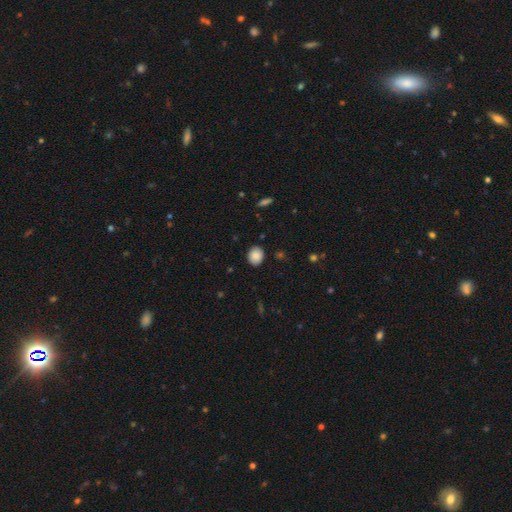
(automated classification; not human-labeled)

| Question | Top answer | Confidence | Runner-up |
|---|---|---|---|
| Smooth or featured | smooth | 88% | star or artifact (8%) |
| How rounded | round | 65% | in between (34%) |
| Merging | none | 89% | minor disturbance (8%) |